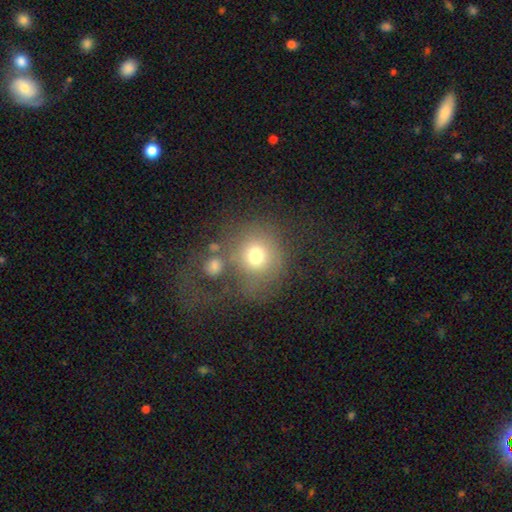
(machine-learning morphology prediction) Smooth or featured? Predicted: smooth (p=0.67). How rounded? Predicted: round (p=0.84). Merging? Predicted: none (p=0.49).